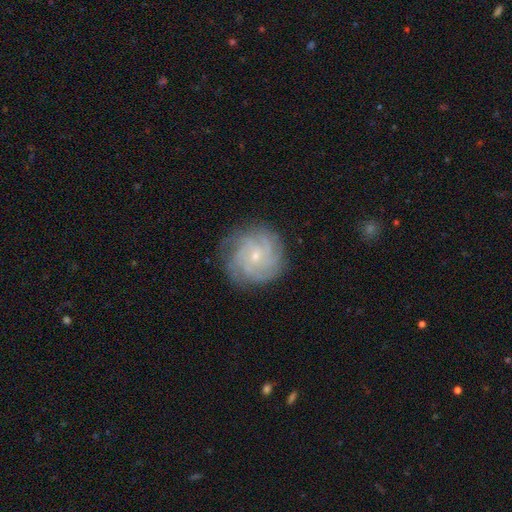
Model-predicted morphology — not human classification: Smooth or featured?
  - featured or disk: 80% *
  - smooth: 13%
  - star or artifact: 8%
Edge-on disk?
  - no: 98% *
  - yes: 2%
Bar?
  - no: 72% *
  - weak: 25%
  - strong: 4%
Spiral arms?
  - yes: 96% *
  - no: 4%
Spiral winding?
  - tight: 67% *
  - medium: 27%
  - loose: 6%
Spiral arm count?
  - 4: 29% *
  - can't tell: 26%
  - more than 4: 18%
  - 3: 12%
  - 2: 8%
  - 1: 7%
Bulge size?
  - small: 78% *
  - moderate: 19%
  - none: 2%
  - large: 1%
  - dominant: 1%
Merging?
  - none: 82% *
  - minor disturbance: 12%
  - major disturbance: 4%
  - merger: 1%